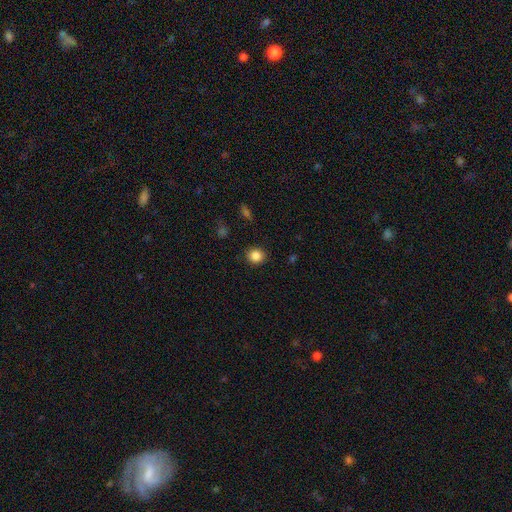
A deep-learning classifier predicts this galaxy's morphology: A smooth galaxy with no disk features (85%) that is round (82%).

Vote fractions:
- Smooth or featured? smooth: 85% / star or artifact: 10% / featured or disk: 5%
- How rounded? round: 82% / in between: 17% / cigar-shaped: 1%
- Merging? none: 90% / minor disturbance: 7% / major disturbance: 2% / merger: 1%